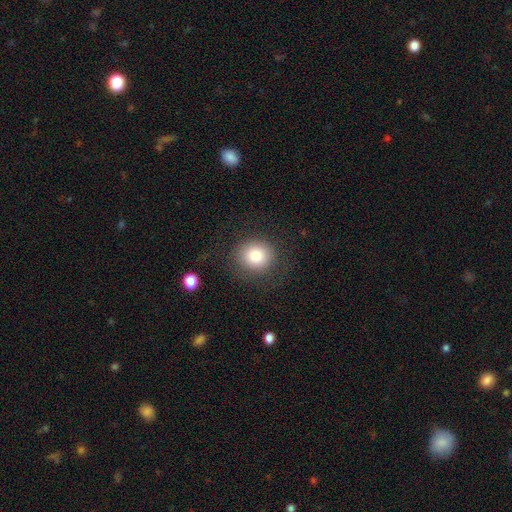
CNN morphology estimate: A smooth galaxy with no disk features (83%) that is round (86%). Merging: none (84%).